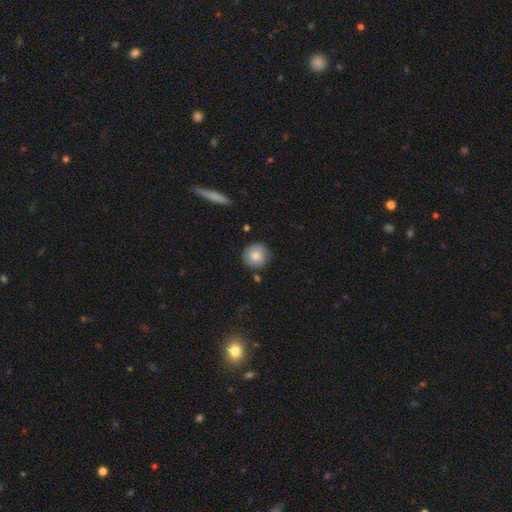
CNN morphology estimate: Overall: smooth (78%). How rounded: round (93%). Merging: none (83%).